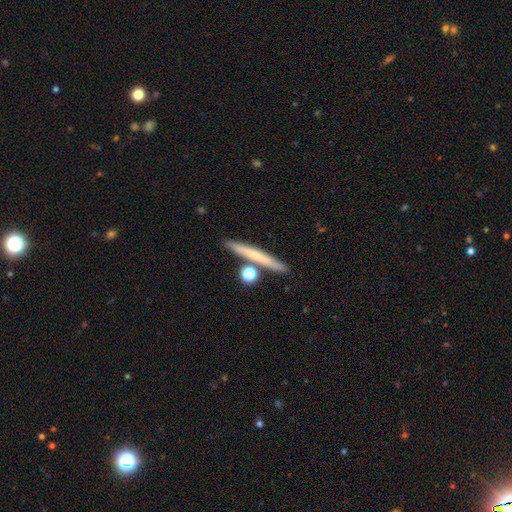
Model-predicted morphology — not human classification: type=smooth (59%); roundness=cigar-shaped (89%); merging=none (80%).